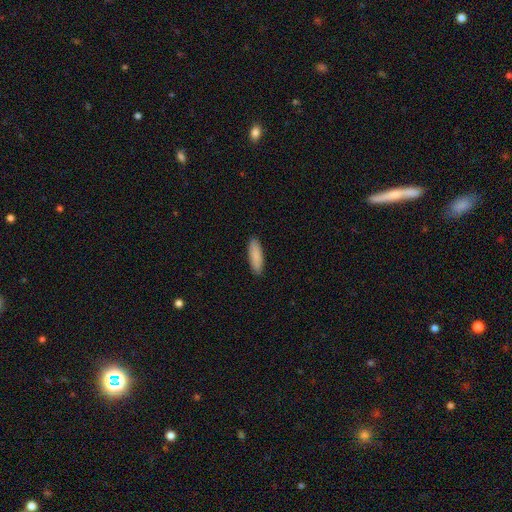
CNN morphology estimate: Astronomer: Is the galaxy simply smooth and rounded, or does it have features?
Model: smooth — 89%.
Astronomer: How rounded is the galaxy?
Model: cigar-shaped — 52% (runner-up: in between, 47%).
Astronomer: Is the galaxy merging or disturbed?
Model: none — 90%.